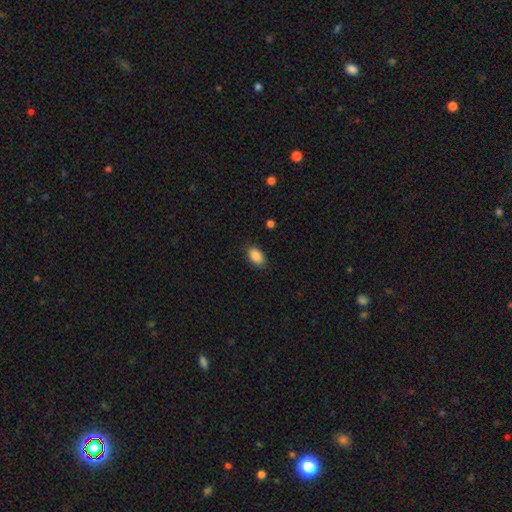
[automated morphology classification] Q: Smooth or featured?
A: smooth (88%); runner-up: star or artifact (8%)
Q: How rounded?
A: in between (89%); runner-up: round (9%)
Q: Merging?
A: none (84%); runner-up: minor disturbance (12%)